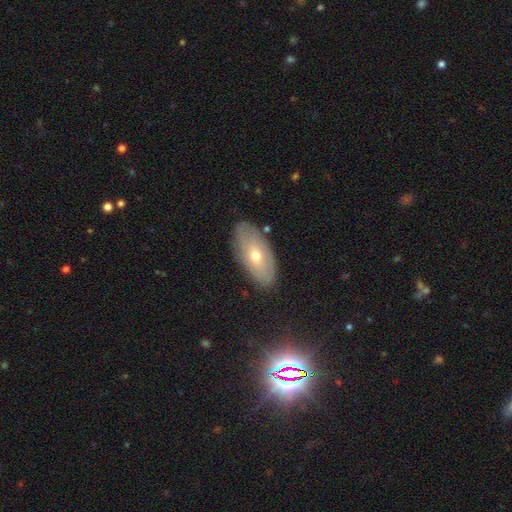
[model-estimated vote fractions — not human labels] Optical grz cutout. It shows a smooth galaxy with no disk features (46%). Merging: none (84%).